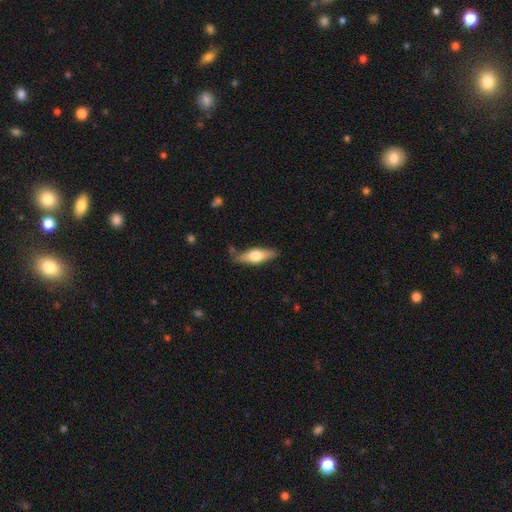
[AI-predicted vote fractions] Smooth or featured?
  - smooth: 49% *
  - featured or disk: 46%
  - star or artifact: 6%
Merging?
  - none: 79% *
  - minor disturbance: 15%
  - major disturbance: 3%
  - merger: 3%